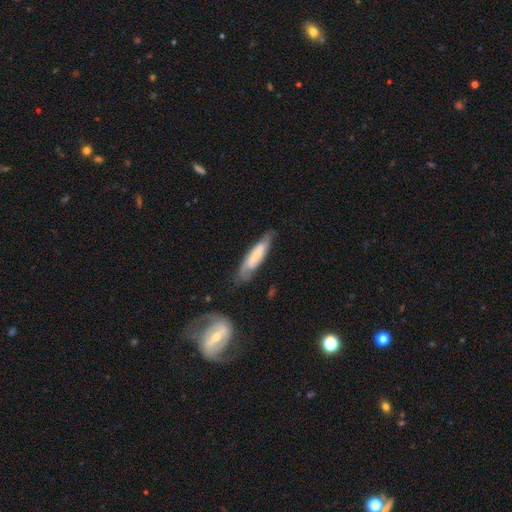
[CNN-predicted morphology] Smooth or featured?
  - smooth: 55% *
  - featured or disk: 38%
  - star or artifact: 6%
How rounded?
  - cigar-shaped: 77% *
  - in between: 22%
  - round: 1%
Merging?
  - none: 68% *
  - minor disturbance: 23%
  - major disturbance: 6%
  - merger: 3%